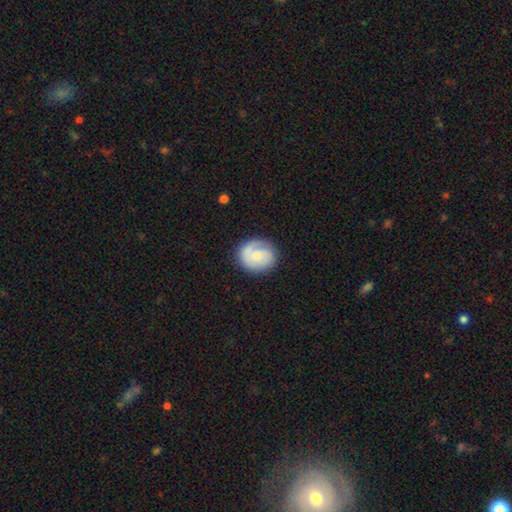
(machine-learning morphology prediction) The model was most divided on "bulge size": small: 50%, moderate: 38%, none: 7%, large: 4%, dominant: 1%. More confident: edge-on disk — no (98%); spiral arms — yes (86%); merging — none (76%); bar — no (67%); smooth or featured — featured or disk (57%).